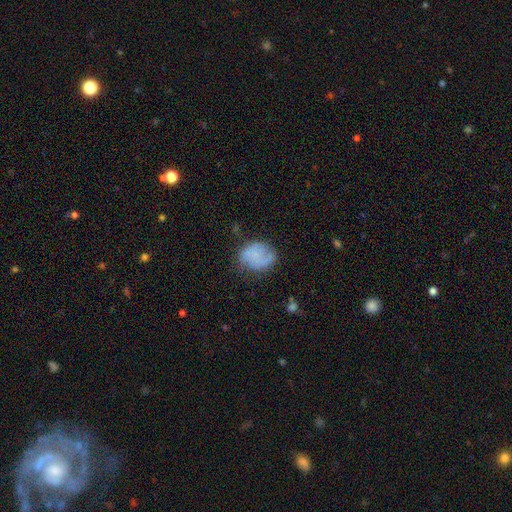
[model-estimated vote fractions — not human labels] Smooth or featured: smooth — 55% (featured or disk — 35%)
How rounded: in between — 51% (round — 48%)
Merging: none — 53% (minor disturbance — 28%)